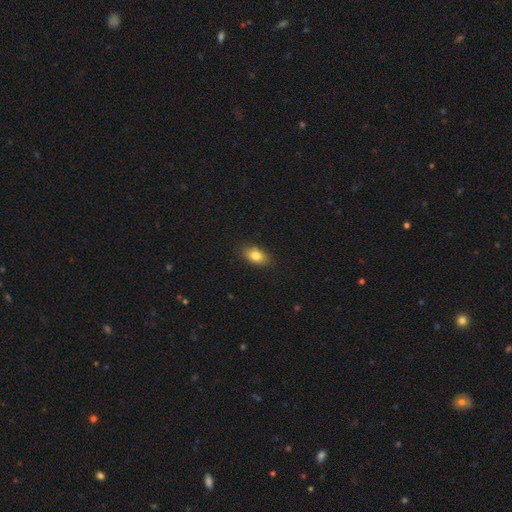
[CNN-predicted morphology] A smooth galaxy with no disk features (82%) that is in between round and cigar-shaped (85%).

Vote fractions:
- Smooth or featured? smooth: 82% / featured or disk: 10% / star or artifact: 9%
- How rounded? in between: 85% / round: 12% / cigar-shaped: 3%
- Merging? none: 84% / minor disturbance: 12% / major disturbance: 3% / merger: 1%